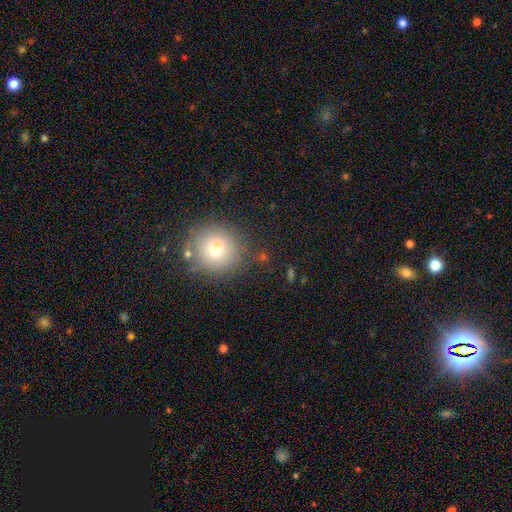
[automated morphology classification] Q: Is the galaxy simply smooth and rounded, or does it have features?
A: smooth — 69%.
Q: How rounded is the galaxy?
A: round — 91%.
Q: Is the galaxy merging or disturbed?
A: none — 85%.